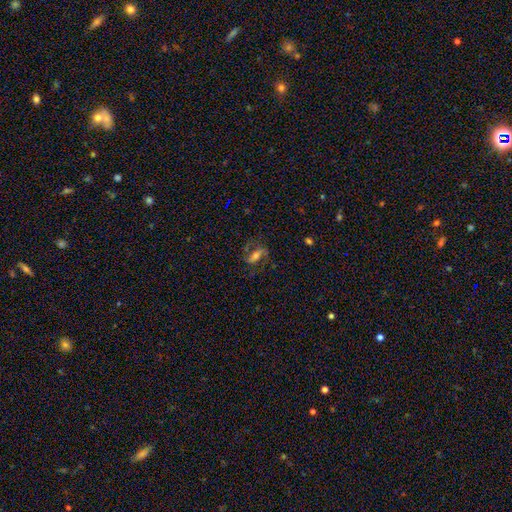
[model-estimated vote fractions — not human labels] Overall: featured or disk (65%; smooth 25%). Edge-on disk: no (91%). Bar: strong (46%; weak 32%). Spiral arms: yes (88%). Spiral arm count: 2 (87%). Spiral winding: medium (45%; loose 39%). Bulge size: moderate (52%; small 31%). Merging: none (70%).